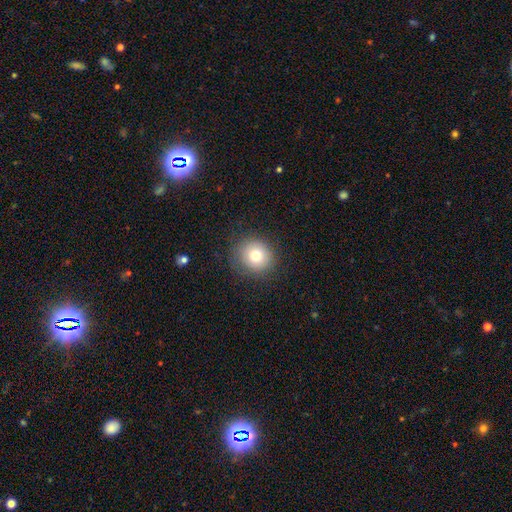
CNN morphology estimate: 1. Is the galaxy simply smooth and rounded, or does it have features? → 76% smooth, 13% featured or disk, 12% star or artifact.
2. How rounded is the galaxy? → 88% round, 11% in between, 1% cigar-shaped.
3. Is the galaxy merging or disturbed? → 85% none, 10% minor disturbance, 4% major disturbance, 1% merger.